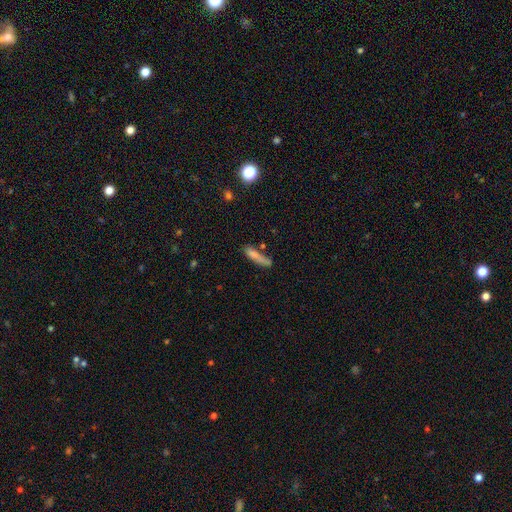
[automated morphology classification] Smooth or featured?
  - smooth: 76% *
  - featured or disk: 15%
  - star or artifact: 9%
How rounded?
  - cigar-shaped: 81% *
  - in between: 17%
  - round: 2%
Merging?
  - none: 58% *
  - minor disturbance: 22%
  - merger: 10%
  - major disturbance: 9%